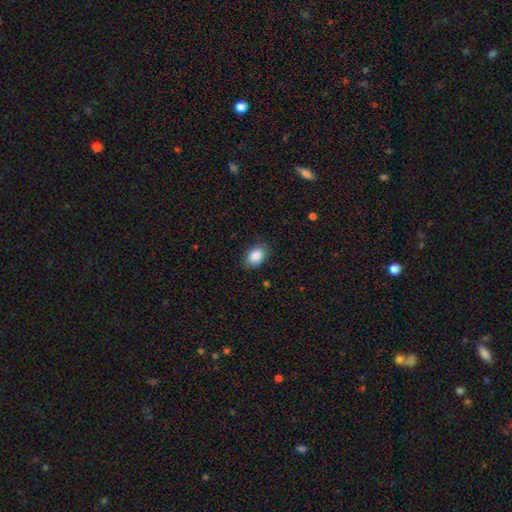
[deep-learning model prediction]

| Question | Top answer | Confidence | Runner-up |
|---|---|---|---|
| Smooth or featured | smooth | 87% | star or artifact (7%) |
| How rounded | in between | 83% | round (16%) |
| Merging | none | 84% | minor disturbance (12%) |